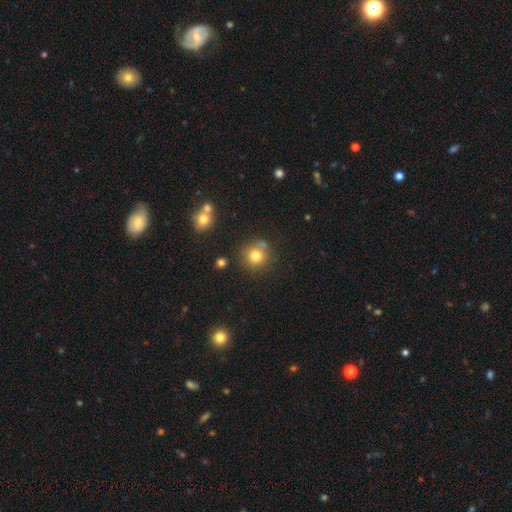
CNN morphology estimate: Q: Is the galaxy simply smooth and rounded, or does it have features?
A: smooth — 77%.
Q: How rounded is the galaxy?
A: round — 90%.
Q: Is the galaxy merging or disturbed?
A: none — 72%.